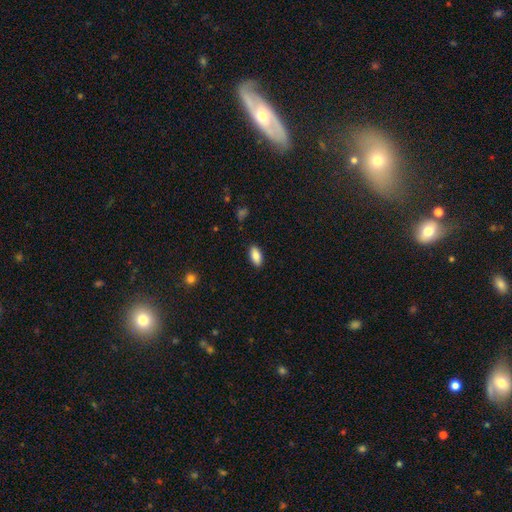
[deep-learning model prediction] This appears to be a smooth galaxy with no disk features (88%) that is in between round and cigar-shaped (90%). Merging: none (88%).